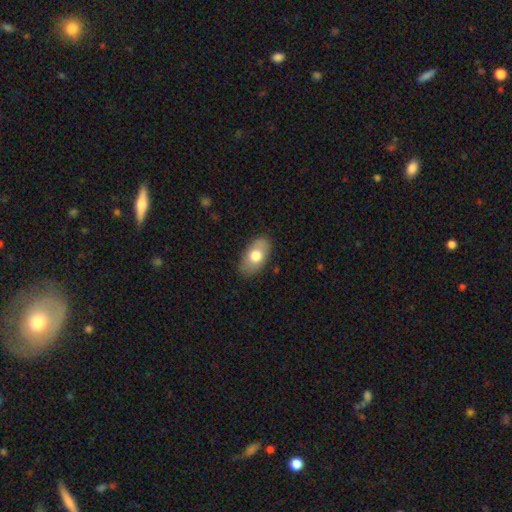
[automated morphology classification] A smooth galaxy with no disk features (70%) that is in between round and cigar-shaped (92%).

Vote fractions:
- Smooth or featured? smooth: 70% / featured or disk: 24% / star or artifact: 6%
- How rounded? in between: 92% / round: 7% / cigar-shaped: 2%
- Merging? none: 81% / minor disturbance: 14% / major disturbance: 3% / merger: 1%